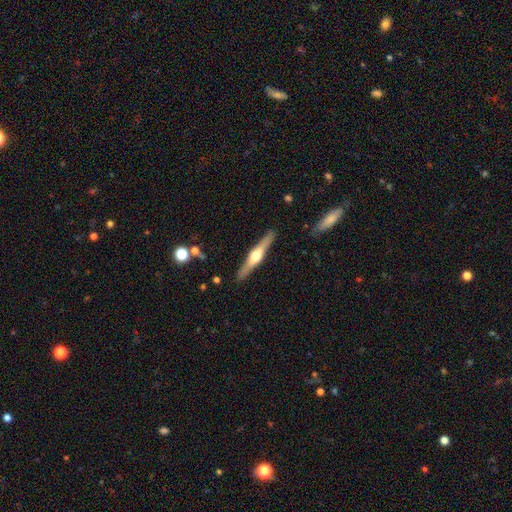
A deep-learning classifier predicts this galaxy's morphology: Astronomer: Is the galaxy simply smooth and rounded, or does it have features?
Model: featured or disk — 70%.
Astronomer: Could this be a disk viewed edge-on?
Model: yes — 97%.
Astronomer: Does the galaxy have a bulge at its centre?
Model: rounded — 93%.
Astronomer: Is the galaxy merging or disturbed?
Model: none — 90%.